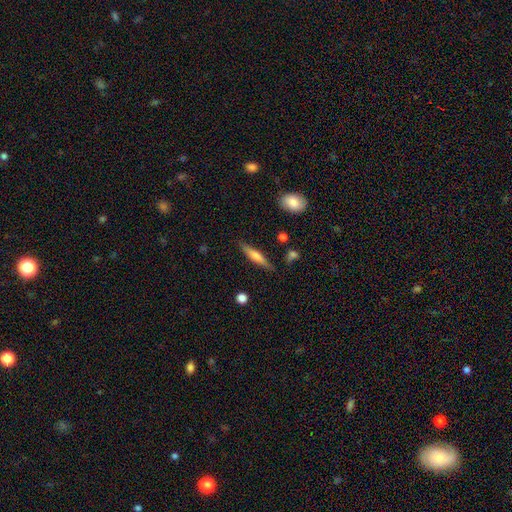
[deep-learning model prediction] Smooth or featured: smooth — 51% (featured or disk — 42%)
How rounded: cigar-shaped — 83% (in between — 14%)
Merging: none — 85% (minor disturbance — 11%)